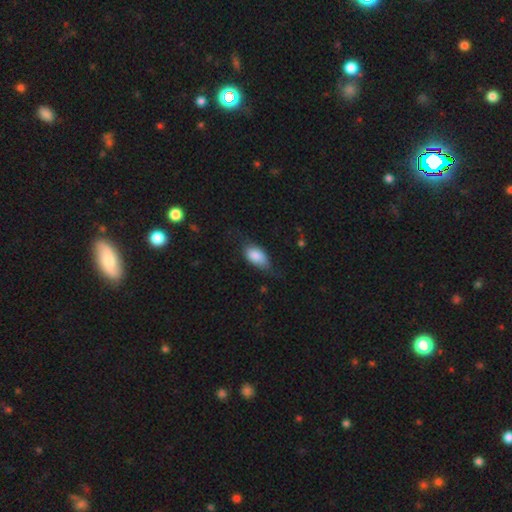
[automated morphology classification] A smooth galaxy with no disk features (79%) that is in between round and cigar-shaped (90%).

Vote fractions:
- Smooth or featured? smooth: 79% / featured or disk: 14% / star or artifact: 7%
- How rounded? in between: 90% / round: 5% / cigar-shaped: 5%
- Merging? none: 52% / minor disturbance: 31% / major disturbance: 16% / merger: 2%